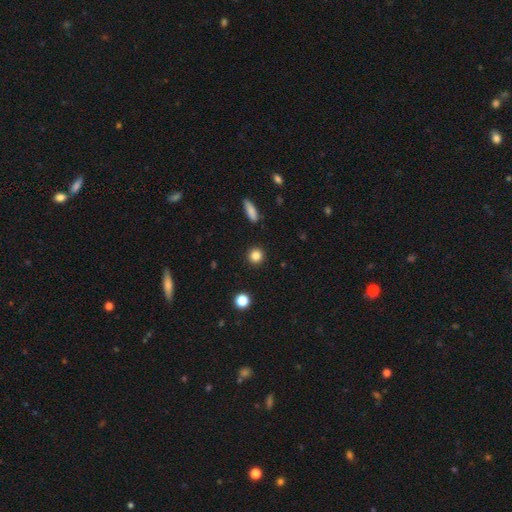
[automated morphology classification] This is clearly a smooth galaxy (84%). How rounded: clearly round (92%). Merging: clearly none (92%).